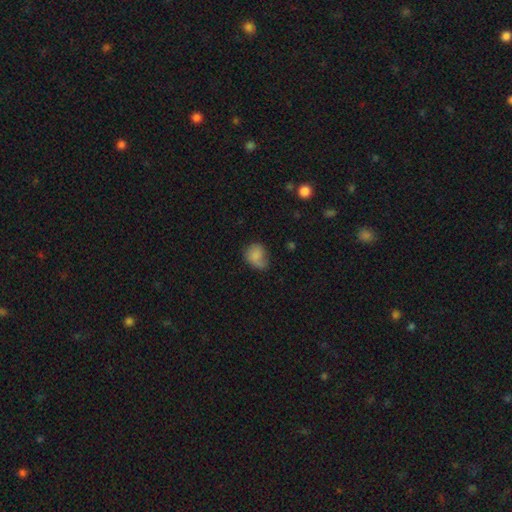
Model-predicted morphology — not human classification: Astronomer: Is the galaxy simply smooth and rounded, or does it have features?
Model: smooth — 76%.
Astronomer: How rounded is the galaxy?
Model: in between — 50% (runner-up: round, 49%).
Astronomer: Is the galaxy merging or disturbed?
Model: none — 47% (runner-up: minor disturbance, 33%).